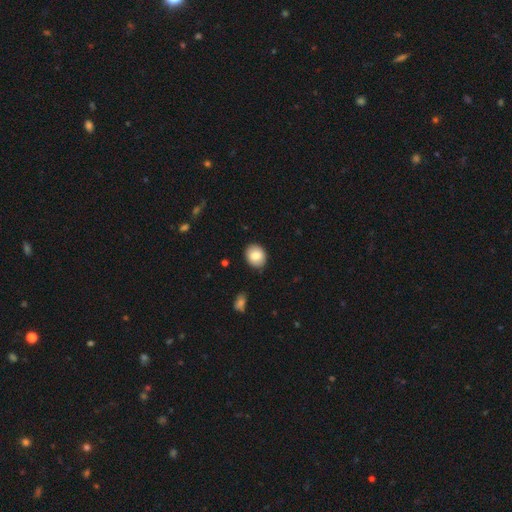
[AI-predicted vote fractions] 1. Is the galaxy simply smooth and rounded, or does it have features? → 83% smooth, 10% featured or disk, 8% star or artifact.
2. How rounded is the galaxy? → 62% round, 37% in between, 1% cigar-shaped.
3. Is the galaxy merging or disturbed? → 87% none, 9% minor disturbance, 2% major disturbance, 1% merger.